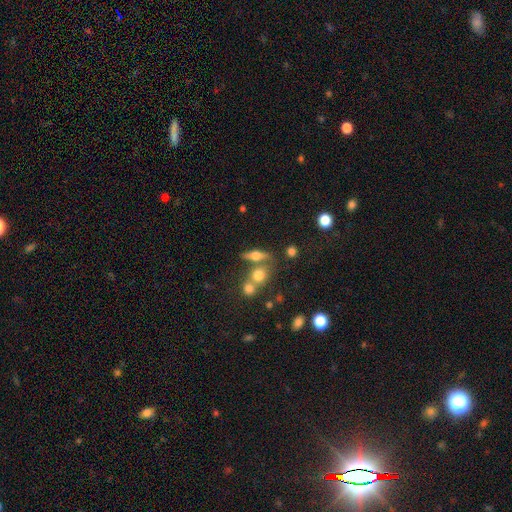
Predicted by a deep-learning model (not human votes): Smooth or featured? Predicted: featured or disk (p=0.49). Merging? Predicted: none (p=0.61).